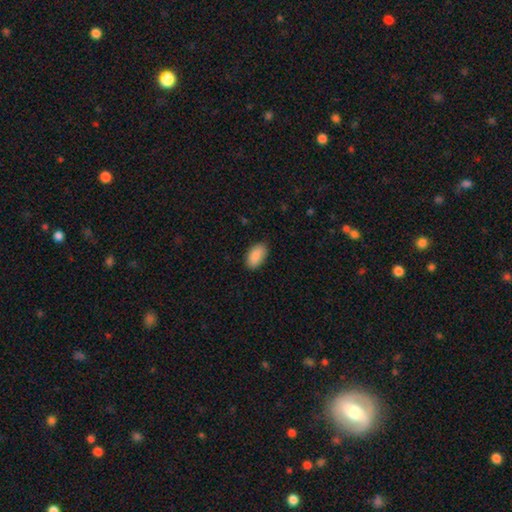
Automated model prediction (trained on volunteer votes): Overall: smooth (89%). How rounded: in between (95%). Merging: none (86%).